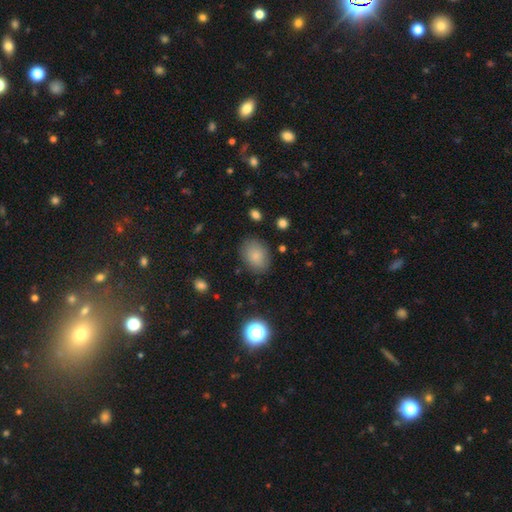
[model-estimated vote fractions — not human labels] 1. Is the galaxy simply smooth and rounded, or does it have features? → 81% smooth, 9% featured or disk, 9% star or artifact.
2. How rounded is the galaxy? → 69% in between, 30% round, 1% cigar-shaped.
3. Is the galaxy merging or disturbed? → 81% none, 14% minor disturbance, 4% major disturbance, 2% merger.